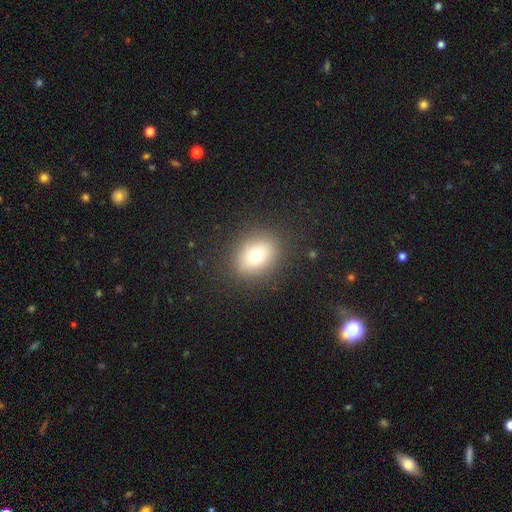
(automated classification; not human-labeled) Smooth or featured?
  - smooth: 73% *
  - featured or disk: 15%
  - star or artifact: 12%
How rounded?
  - in between: 57% *
  - round: 42%
  - cigar-shaped: 1%
Merging?
  - none: 87% *
  - minor disturbance: 8%
  - major disturbance: 4%
  - merger: 1%